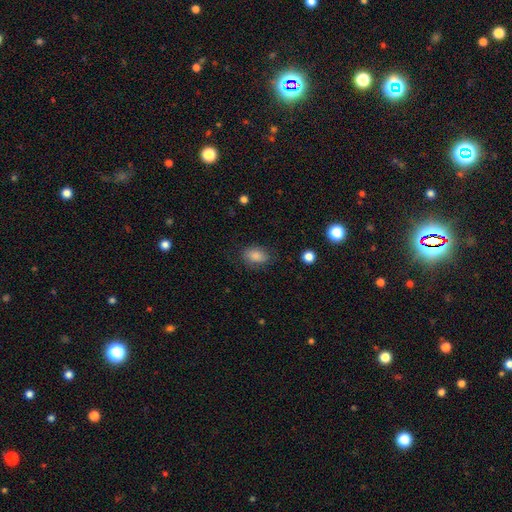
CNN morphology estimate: Q: Smooth or featured?
A: smooth (83%); runner-up: star or artifact (10%)
Q: How rounded?
A: in between (82%); runner-up: round (16%)
Q: Merging?
A: none (81%); runner-up: minor disturbance (14%)